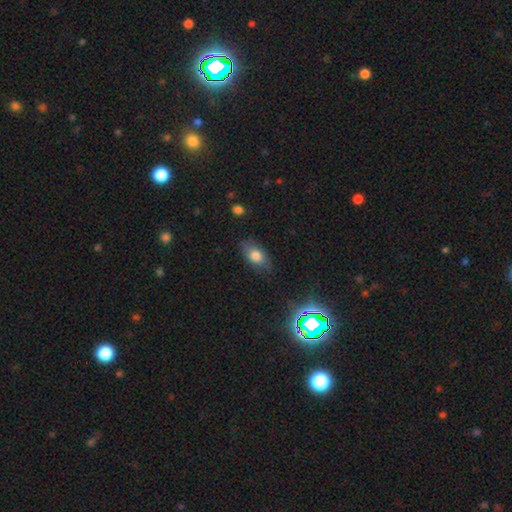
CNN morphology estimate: Smooth or featured? Predicted: smooth (p=0.74). How rounded? Predicted: in between (p=0.87). Merging? Predicted: none (p=0.77).